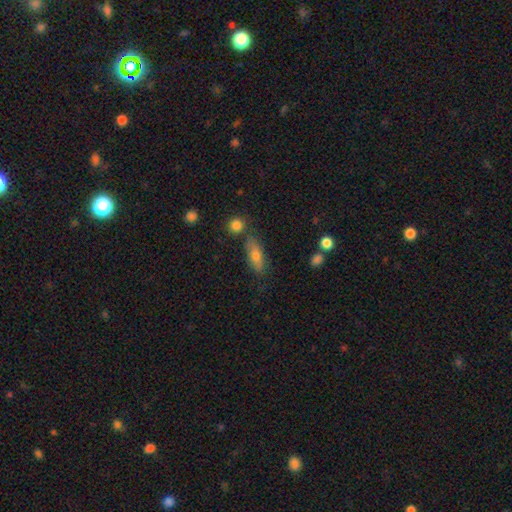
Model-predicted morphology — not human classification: smooth 68%, featured or disk 24%, star or artifact 8%. Down the decision tree: how rounded — in between (60%); merging — none (73%).